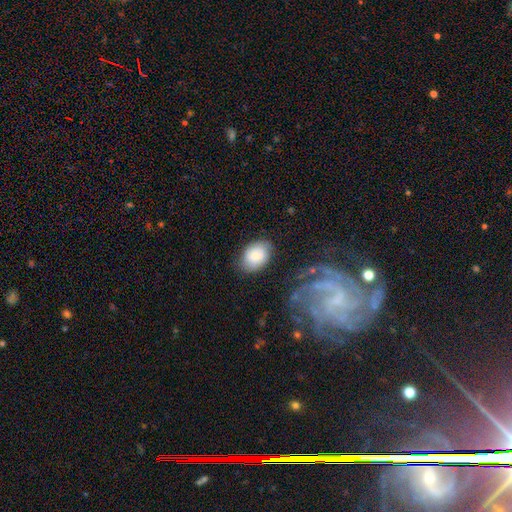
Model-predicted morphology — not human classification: The model was most divided on "how rounded": in between: 75%, round: 24%, cigar-shaped: 1%. More confident: smooth or featured — smooth (78%); merging — none (75%).